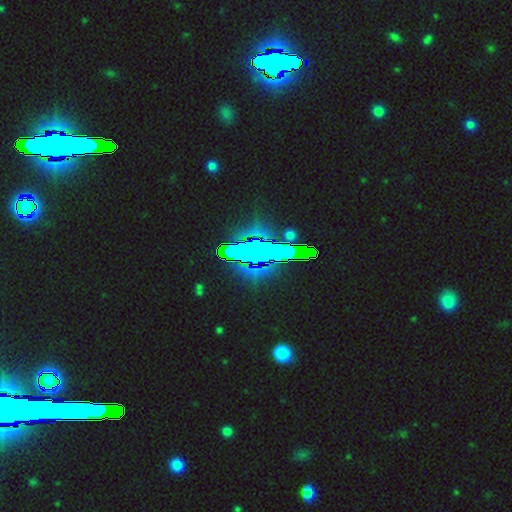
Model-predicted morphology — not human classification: A star or artifact, not a galaxy (67%).